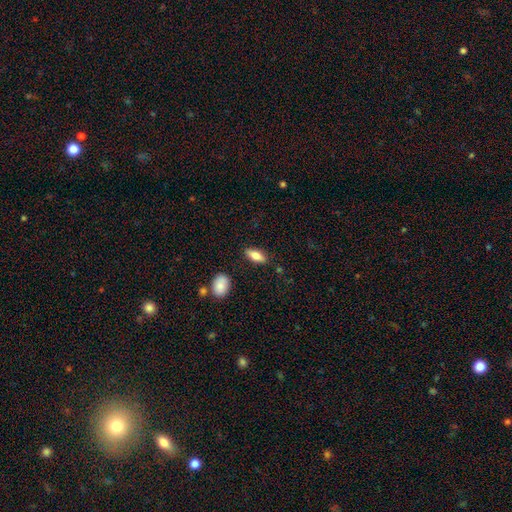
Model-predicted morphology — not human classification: A smooth galaxy with no disk features (75%) that is in between round and cigar-shaped (78%).

Vote fractions:
- Smooth or featured? smooth: 75% / featured or disk: 18% / star or artifact: 7%
- How rounded? in between: 78% / cigar-shaped: 19% / round: 3%
- Merging? none: 85% / minor disturbance: 10% / major disturbance: 3% / merger: 2%